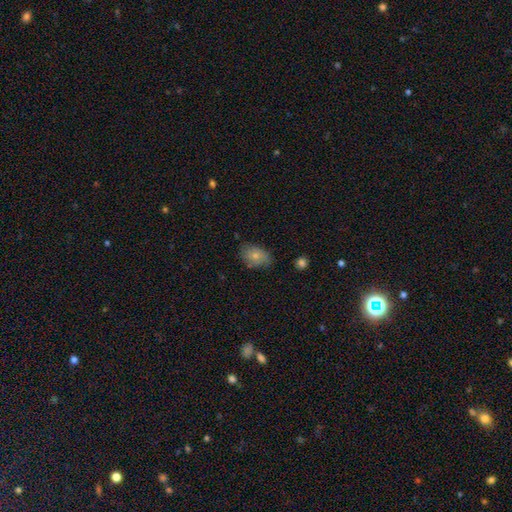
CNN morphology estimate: Smooth or featured?
  - smooth: 72% *
  - featured or disk: 20%
  - star or artifact: 8%
How rounded?
  - in between: 80% *
  - round: 19%
  - cigar-shaped: 1%
Merging?
  - none: 64% *
  - minor disturbance: 28%
  - major disturbance: 6%
  - merger: 2%